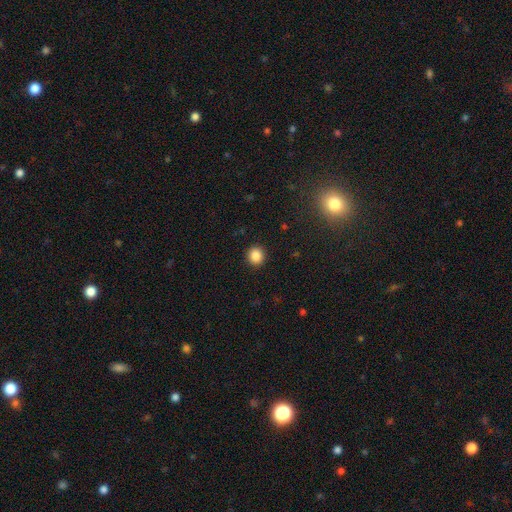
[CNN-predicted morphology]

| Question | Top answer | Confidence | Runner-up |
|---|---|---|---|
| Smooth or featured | smooth | 85% | star or artifact (11%) |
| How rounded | round | 88% | in between (11%) |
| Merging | none | 92% | minor disturbance (5%) |